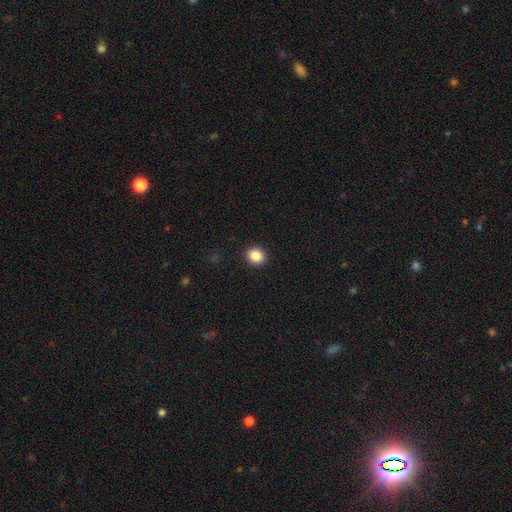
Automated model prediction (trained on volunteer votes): Morphology: type=smooth (86%); roundness=round (77%); merging=none (92%).